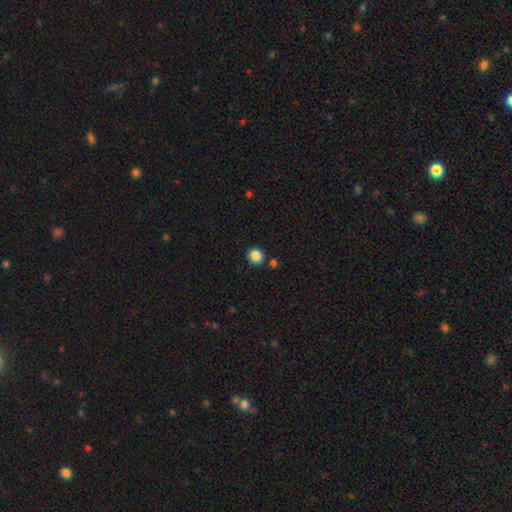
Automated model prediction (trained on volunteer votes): Smooth or featured: smooth — 86% (star or artifact — 10%)
How rounded: round — 91% (in between — 8%)
Merging: none — 87% (minor disturbance — 7%)